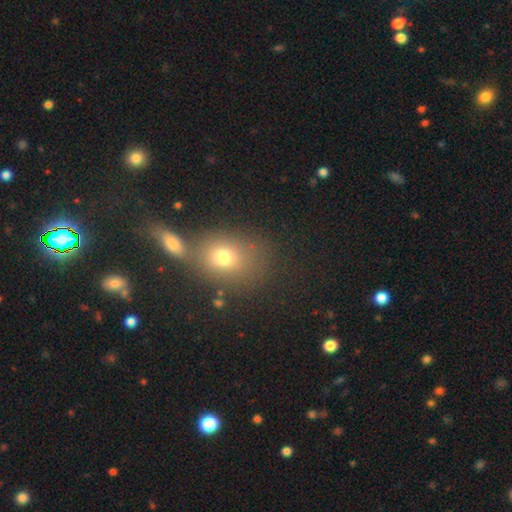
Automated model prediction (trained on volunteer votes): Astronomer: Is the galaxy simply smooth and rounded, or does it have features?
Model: smooth — 65%.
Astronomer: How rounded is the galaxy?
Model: round — 57% (runner-up: in between, 42%).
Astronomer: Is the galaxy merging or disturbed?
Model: none — 52% (runner-up: merger, 32%).